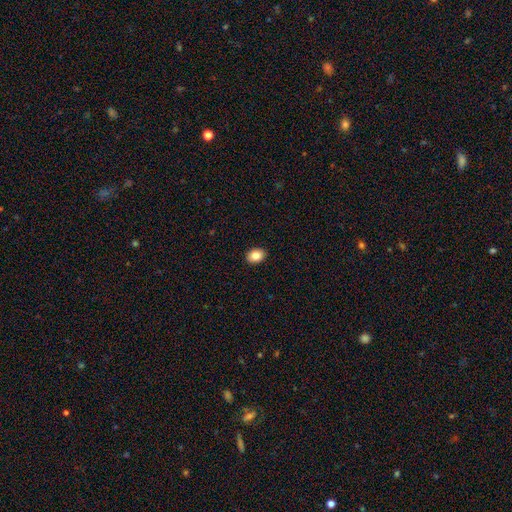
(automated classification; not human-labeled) Smooth or featured?
  - smooth: 84% *
  - star or artifact: 8%
  - featured or disk: 8%
How rounded?
  - in between: 71% *
  - round: 28%
  - cigar-shaped: 1%
Merging?
  - none: 91% *
  - minor disturbance: 6%
  - major disturbance: 2%
  - merger: 1%